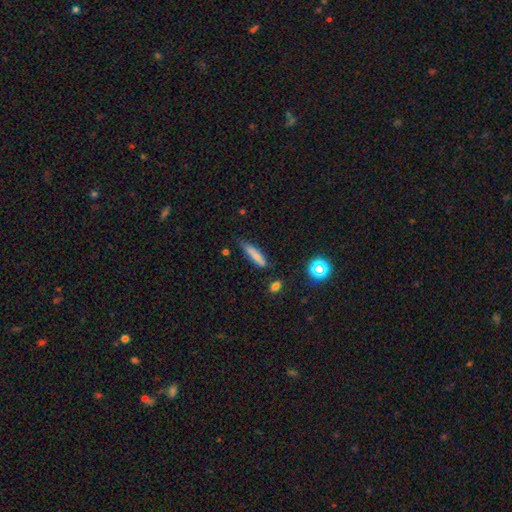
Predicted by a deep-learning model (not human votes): This is likely a smooth galaxy (75%). How rounded: clearly cigar-shaped (83%). Merging: likely none (67%).